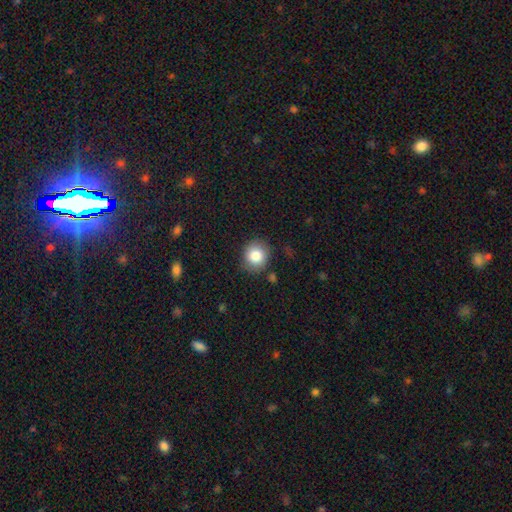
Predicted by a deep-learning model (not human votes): A smooth galaxy with no disk features (83%) that is round (85%).

Vote fractions:
- Smooth or featured? smooth: 83% / star or artifact: 9% / featured or disk: 8%
- How rounded? round: 85% / in between: 14% / cigar-shaped: 1%
- Merging? none: 83% / minor disturbance: 12% / major disturbance: 3% / merger: 2%